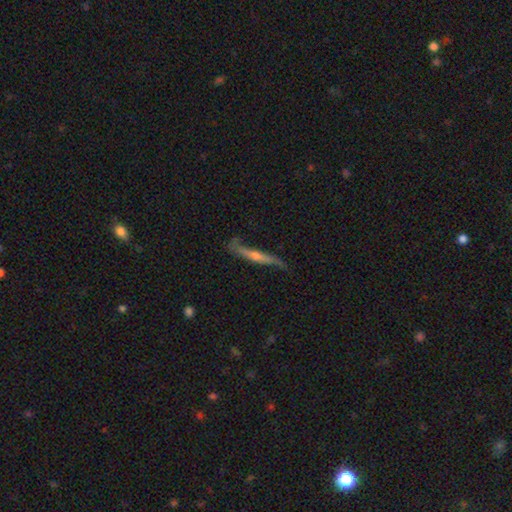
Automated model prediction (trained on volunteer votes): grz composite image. It shows a featured or disk galaxy (74%) viewed edge-on (82%) with a rounded central bulge (72%). Merging: none (66%).